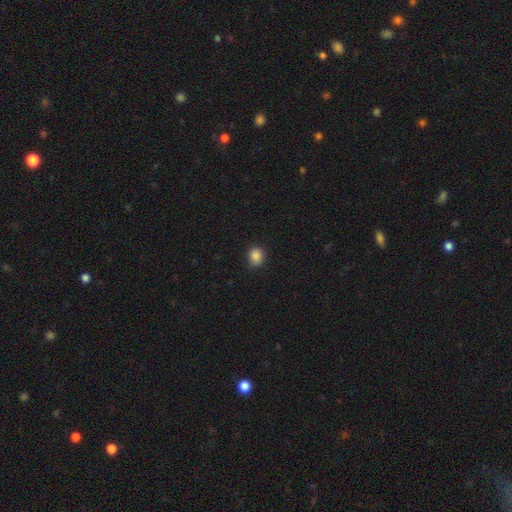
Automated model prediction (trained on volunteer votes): Overall: smooth (87%). How rounded: round (63%; in between 36%). Merging: none (84%).